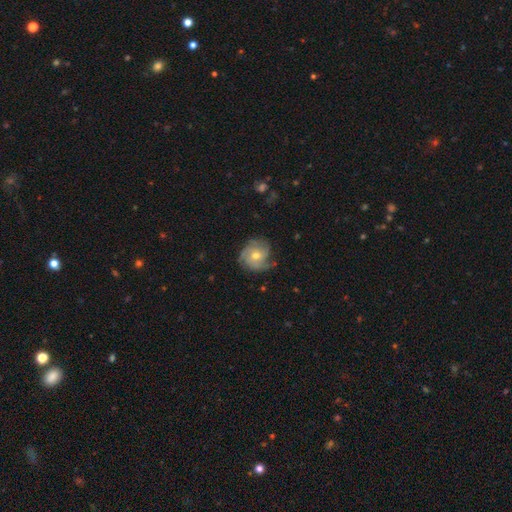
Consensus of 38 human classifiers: Q: Smooth or featured?
A: featured or disk (89%); runner-up: smooth (5%)
Q: Edge-on disk?
A: no (100%)
Q: Bar?
A: no (71%); runner-up: weak (26%)
Q: Spiral arms?
A: yes (97%); runner-up: no (3%)
Q: Spiral winding?
A: tight (64%); runner-up: medium (27%)
Q: Spiral arm count?
A: 3 (55%); runner-up: can't tell (21%)
Q: Bulge size?
A: moderate (76%); runner-up: small (21%)
Q: Merging?
A: none (89%); runner-up: minor disturbance (8%)